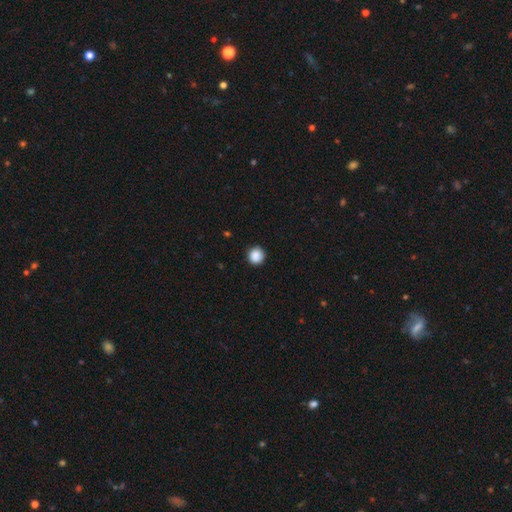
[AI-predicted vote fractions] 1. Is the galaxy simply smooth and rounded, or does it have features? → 88% smooth, 9% star or artifact, 3% featured or disk.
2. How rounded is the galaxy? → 95% round, 4% in between, 1% cigar-shaped.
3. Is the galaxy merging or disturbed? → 91% none, 6% minor disturbance, 2% major disturbance, 1% merger.